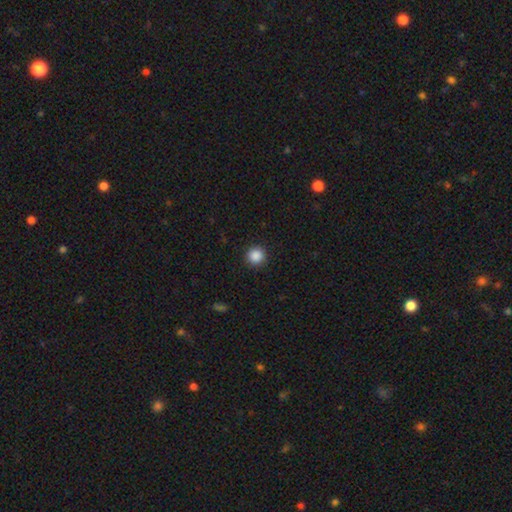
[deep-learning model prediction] A smooth galaxy with no disk features (88%) that is round (95%).

Vote fractions:
- Smooth or featured? smooth: 88% / star or artifact: 10% / featured or disk: 3%
- How rounded? round: 95% / in between: 4% / cigar-shaped: 1%
- Merging? none: 92% / minor disturbance: 5% / major disturbance: 2% / merger: 1%